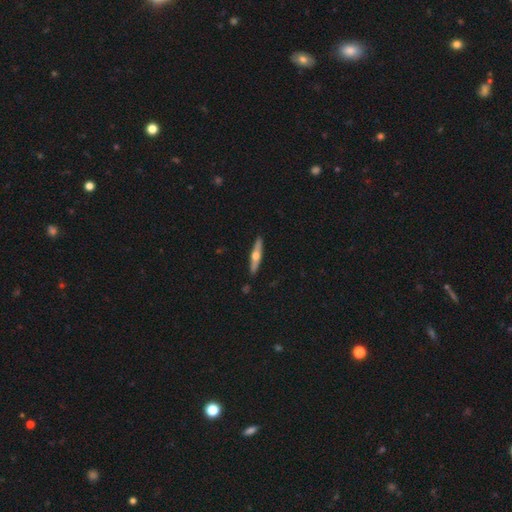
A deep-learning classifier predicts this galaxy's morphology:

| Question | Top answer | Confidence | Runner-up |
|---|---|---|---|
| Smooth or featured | featured or disk | 59% | smooth (36%) |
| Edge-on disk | yes | 94% | no (6%) |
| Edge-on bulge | rounded | 93% | none (4%) |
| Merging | none | 91% | minor disturbance (7%) |